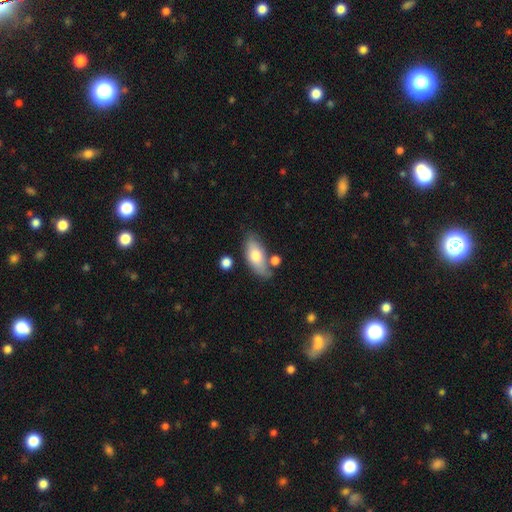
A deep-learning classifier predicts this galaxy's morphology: Overall: smooth (70%). How rounded: in between (86%). Merging: none (66%).